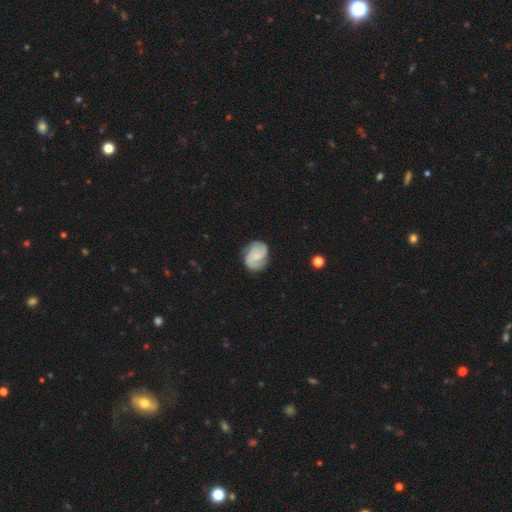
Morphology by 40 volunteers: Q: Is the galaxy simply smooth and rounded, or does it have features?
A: featured or disk — 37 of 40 (92%).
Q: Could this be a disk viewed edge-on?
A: no — 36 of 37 (97%).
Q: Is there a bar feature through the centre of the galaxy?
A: no — 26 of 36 (72%).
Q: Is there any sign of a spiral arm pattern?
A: yes — 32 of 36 (89%).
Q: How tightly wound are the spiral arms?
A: tight — 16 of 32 (50%).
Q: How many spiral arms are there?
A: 2 — 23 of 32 (72%).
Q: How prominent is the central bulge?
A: none — 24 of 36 (67%).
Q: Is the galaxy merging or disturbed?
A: none — 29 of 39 (74%).